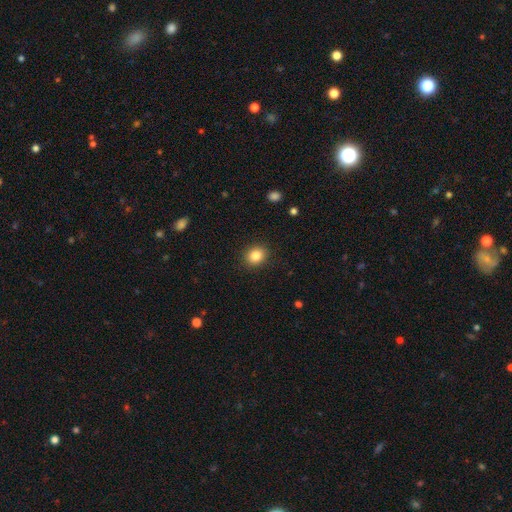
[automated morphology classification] A smooth galaxy with no disk features (85%) that is round (66%).

Vote fractions:
- Smooth or featured? smooth: 85% / star or artifact: 10% / featured or disk: 5%
- How rounded? round: 66% / in between: 33% / cigar-shaped: 1%
- Merging? none: 90% / minor disturbance: 7% / major disturbance: 2% / merger: 1%